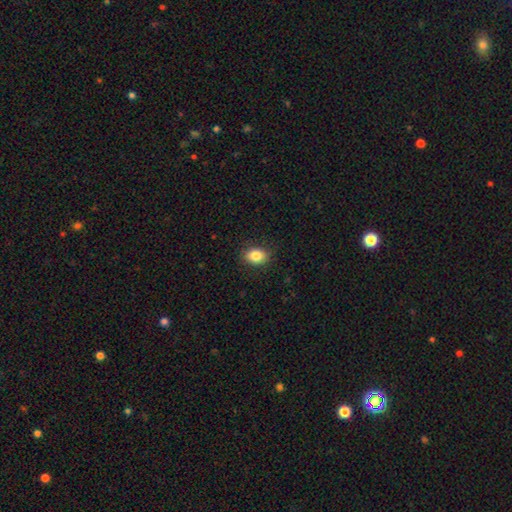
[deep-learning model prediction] smooth_or_featured: smooth (p=0.85) [alt: star or artifact p=0.09]
how_rounded: in between (p=0.70) [alt: round p=0.29]
merging: none (p=0.88) [alt: minor disturbance p=0.09]